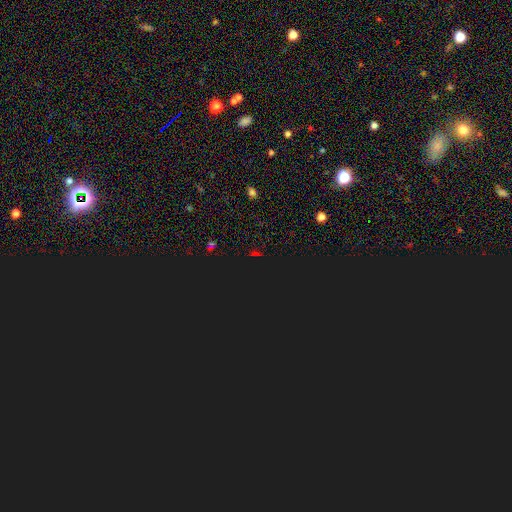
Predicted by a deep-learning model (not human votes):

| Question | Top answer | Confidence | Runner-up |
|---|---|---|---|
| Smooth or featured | star or artifact | 74% | smooth (18%) |